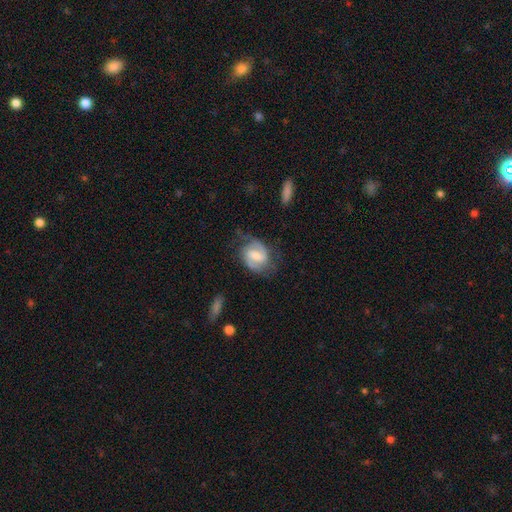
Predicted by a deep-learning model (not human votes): A featured or disk galaxy (79%) with a weak bar (55%), 2 (89%) medium (52%) spiral arms (95%) and a moderate central bulge (42%). Merging: none (68%).